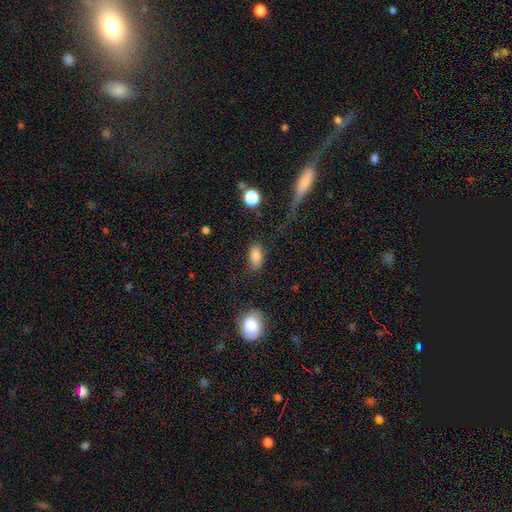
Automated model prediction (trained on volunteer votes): A smooth galaxy with no disk features (82%) that is in between round and cigar-shaped (89%). Merging: none (80%).